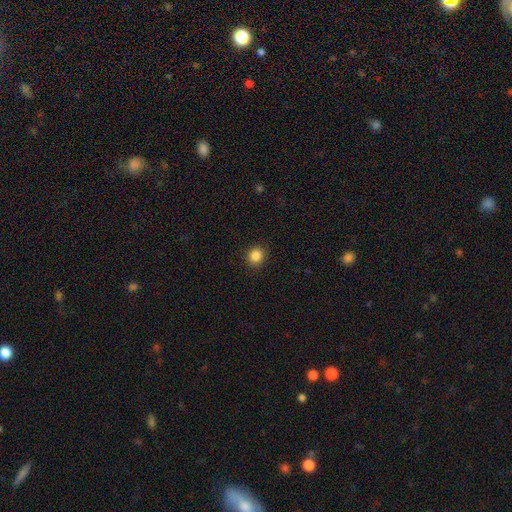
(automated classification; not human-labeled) Q: Smooth or featured?
A: smooth (87%); runner-up: star or artifact (10%)
Q: How rounded?
A: round (80%); runner-up: in between (19%)
Q: Merging?
A: none (90%); runner-up: minor disturbance (7%)